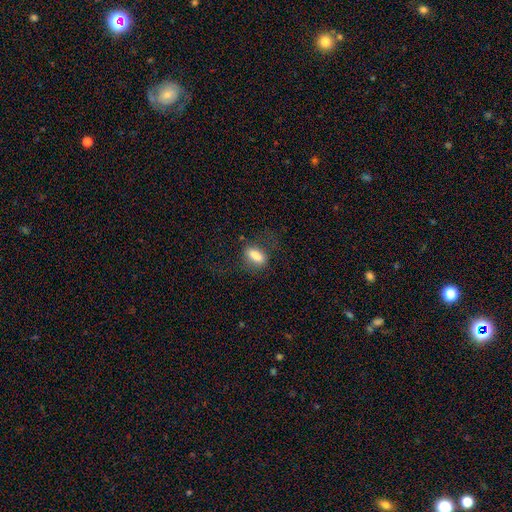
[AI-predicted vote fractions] Smooth or featured? Predicted: smooth (p=0.75). How rounded? Predicted: in between (p=0.76). Merging? Predicted: none (p=0.66).